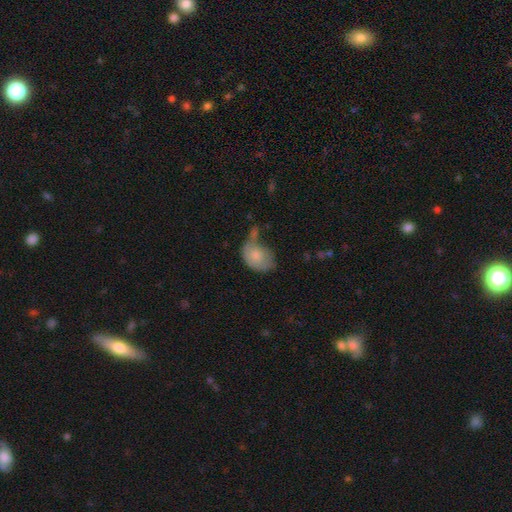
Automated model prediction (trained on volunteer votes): The model was most divided on "merging": none: 30%, minor disturbance: 29%, major disturbance: 22%, merger: 19%. More confident: smooth or featured — smooth (75%); how rounded — in between (72%).